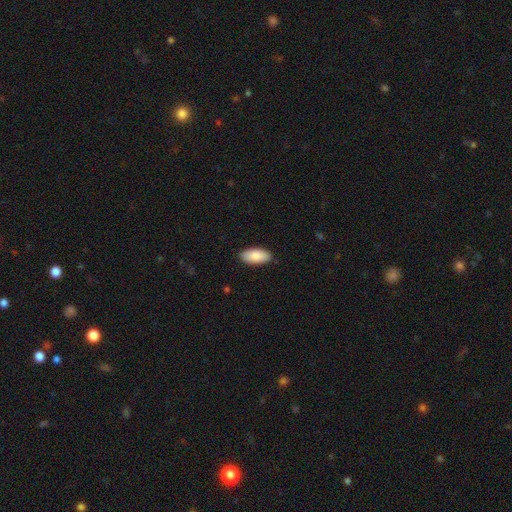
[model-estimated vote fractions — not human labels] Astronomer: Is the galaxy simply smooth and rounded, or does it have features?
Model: smooth — 88%.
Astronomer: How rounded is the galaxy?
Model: in between — 93%.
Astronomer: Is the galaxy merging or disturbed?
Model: none — 89%.